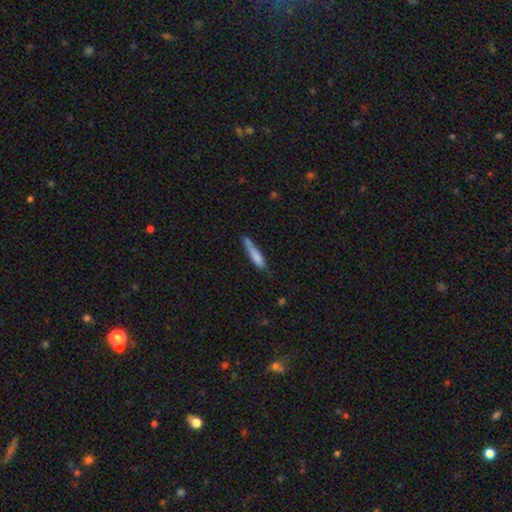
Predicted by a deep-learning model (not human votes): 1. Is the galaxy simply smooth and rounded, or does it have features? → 78% smooth, 15% featured or disk, 7% star or artifact.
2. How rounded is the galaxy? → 82% cigar-shaped, 17% in between, 2% round.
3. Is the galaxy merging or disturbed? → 47% none, 31% minor disturbance, 12% merger, 10% major disturbance.